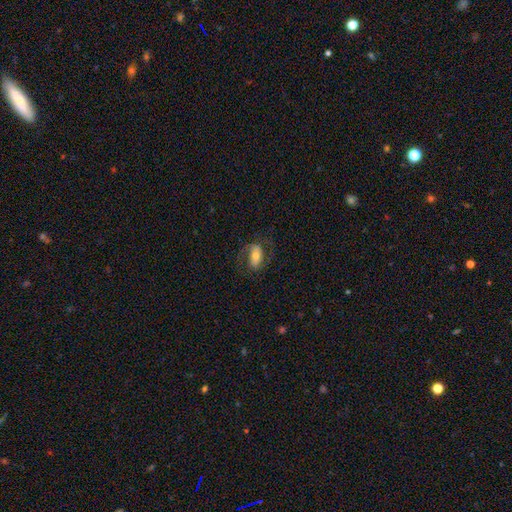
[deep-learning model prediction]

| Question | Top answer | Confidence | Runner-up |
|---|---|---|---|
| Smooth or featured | featured or disk | 53% | smooth (39%) |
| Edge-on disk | no | 93% | yes (7%) |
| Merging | none | 68% | minor disturbance (17%) |